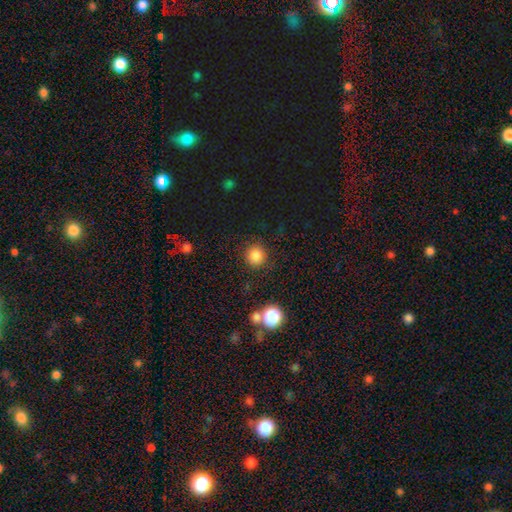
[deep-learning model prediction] Smooth or featured? Predicted: smooth (p=0.83). How rounded? Predicted: round (p=0.90). Merging? Predicted: none (p=0.85).